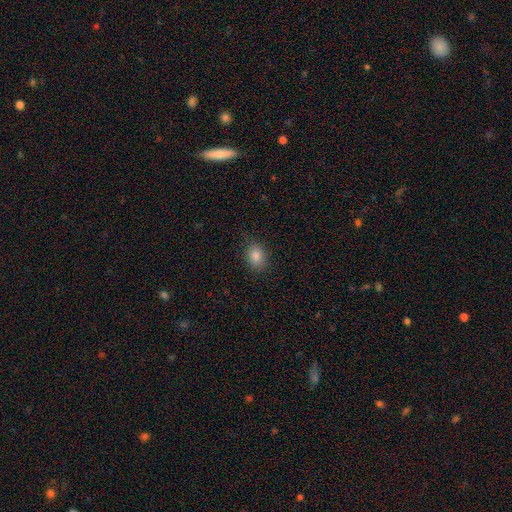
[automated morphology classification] Smooth or featured?
  - smooth: 84% *
  - star or artifact: 11%
  - featured or disk: 5%
How rounded?
  - in between: 56% *
  - round: 43%
  - cigar-shaped: 1%
Merging?
  - none: 84% *
  - minor disturbance: 12%
  - major disturbance: 3%
  - merger: 1%